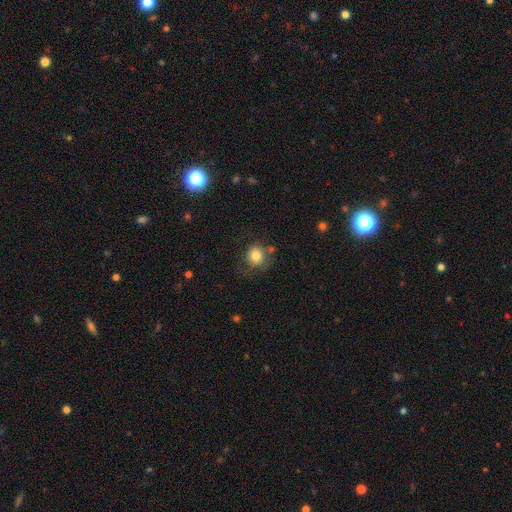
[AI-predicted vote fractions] A smooth galaxy with no disk features (81%) that is round (87%). Merging: none (67%).